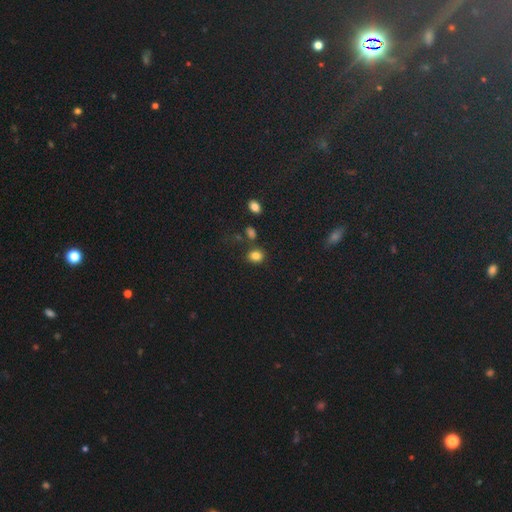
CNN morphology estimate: type=smooth (82%); roundness=round (55%); merging=none (75%).